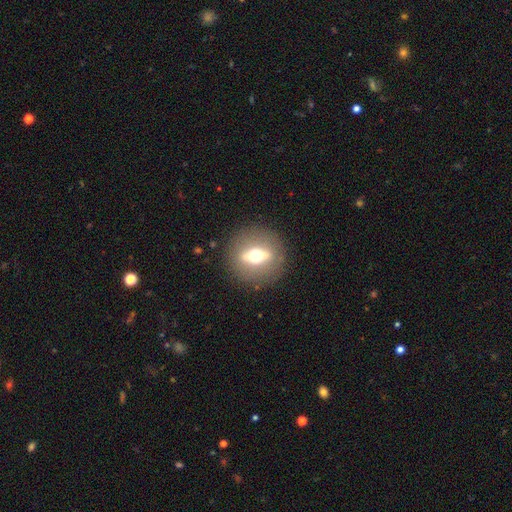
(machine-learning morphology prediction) This is possibly a featured or disk galaxy (59%). It is possibly viewed edge-on (55%). Merging: clearly none (87%).